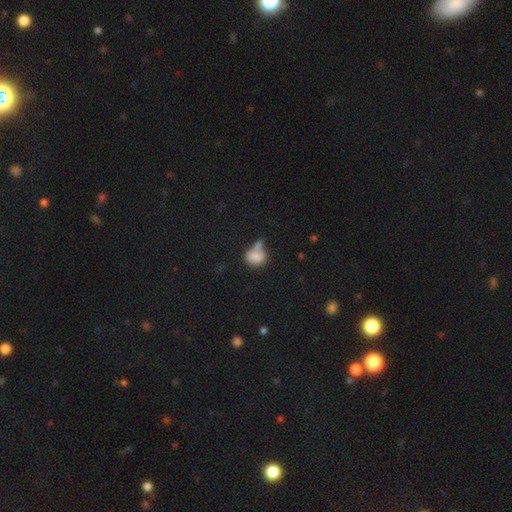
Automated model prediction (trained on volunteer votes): A smooth galaxy with no disk features (77%) that is in between round and cigar-shaped (59%). Merging: merger (40%).